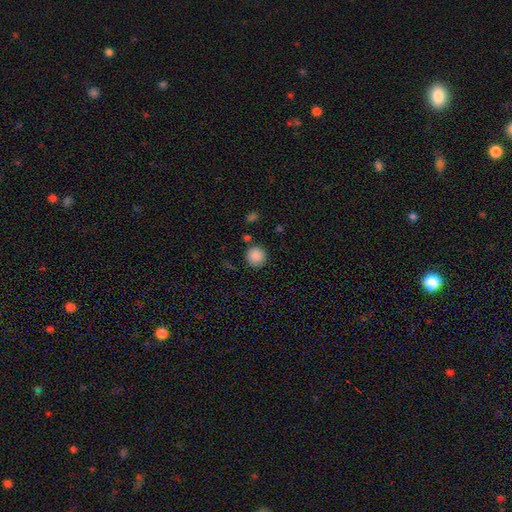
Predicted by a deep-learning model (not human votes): A smooth galaxy with no disk features (88%) that is round (94%). Merging: none (85%).